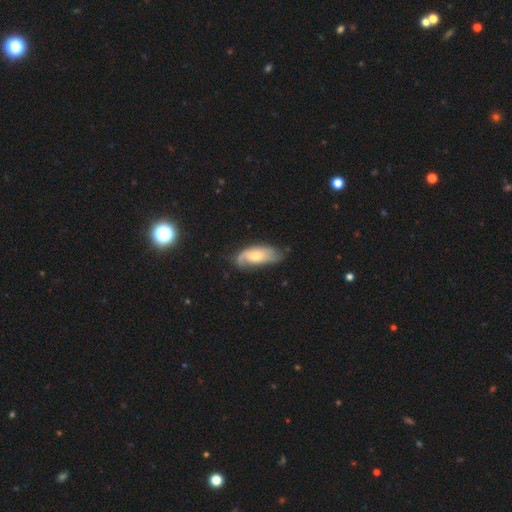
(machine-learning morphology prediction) A featured or disk galaxy (55%). Merging: none (53%).